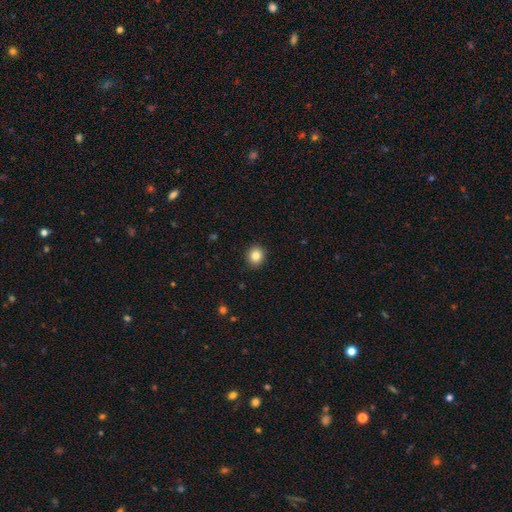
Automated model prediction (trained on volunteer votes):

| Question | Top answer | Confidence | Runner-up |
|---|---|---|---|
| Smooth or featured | smooth | 85% | star or artifact (10%) |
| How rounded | round | 83% | in between (16%) |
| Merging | none | 91% | minor disturbance (6%) |